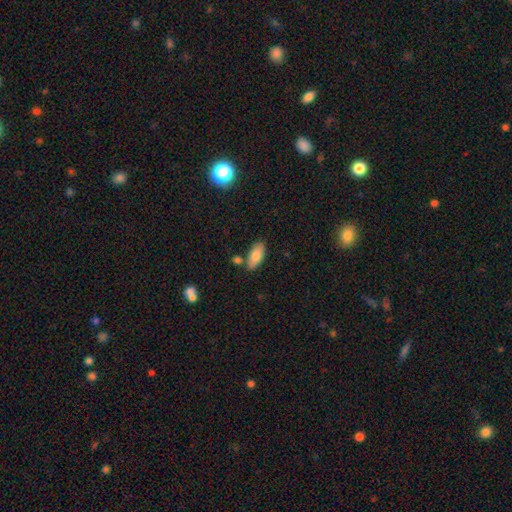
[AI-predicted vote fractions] smooth 81%, featured or disk 12%, star or artifact 7%. Down the decision tree: how rounded — in between (87%); merging — none (75%).